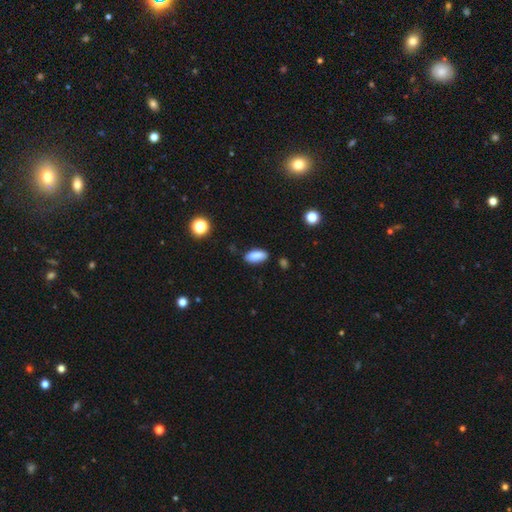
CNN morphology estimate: Overall: smooth (86%). How rounded: in between (85%). Merging: none (80%).